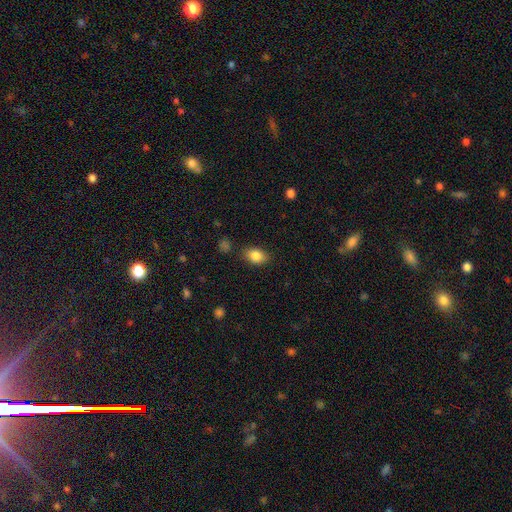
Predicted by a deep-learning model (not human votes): Overall: smooth (84%). How rounded: in between (81%). Merging: none (82%).